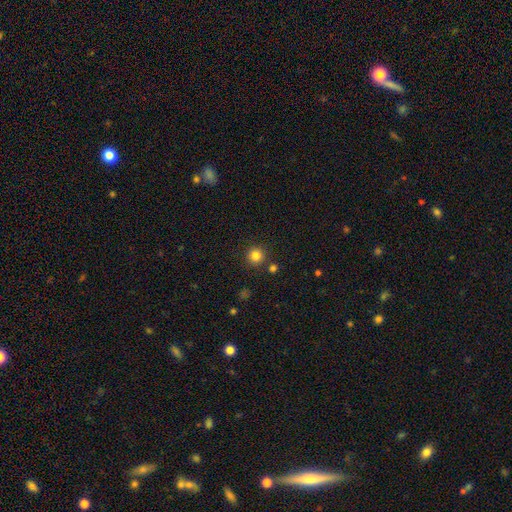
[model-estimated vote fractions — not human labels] This appears to be a smooth galaxy with no disk features (83%) that is round (95%). Merging: none (87%).